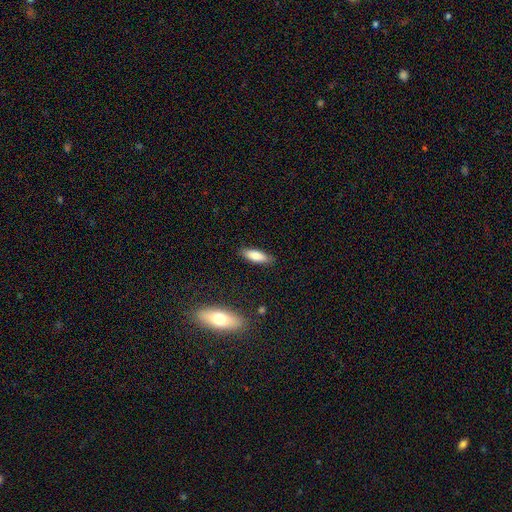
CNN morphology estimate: smooth_or_featured: smooth (p=0.80) [alt: featured or disk p=0.13]
how_rounded: in between (p=0.62) [alt: cigar-shaped p=0.36]
merging: none (p=0.85) [alt: minor disturbance p=0.11]